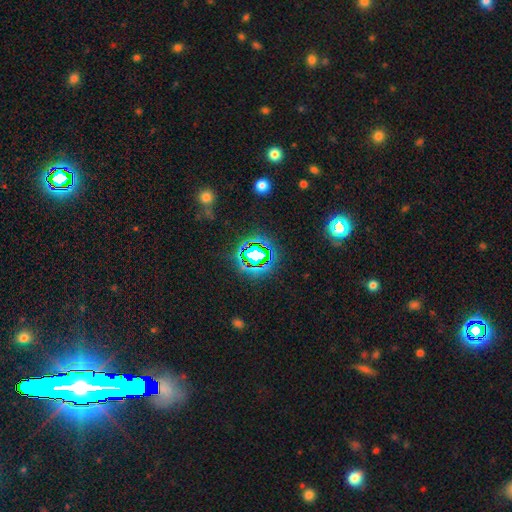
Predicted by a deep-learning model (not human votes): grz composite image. It shows a star or artifact, not a galaxy (75%).